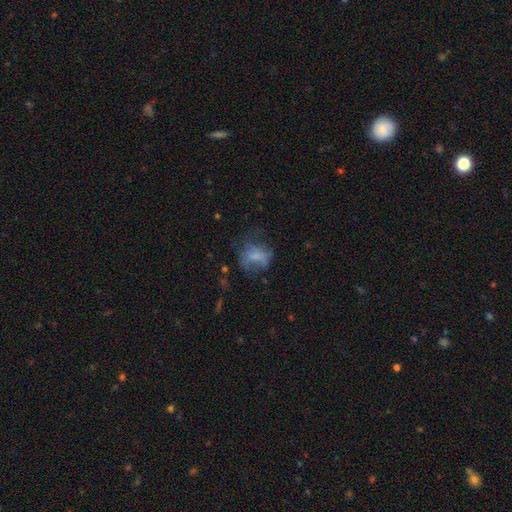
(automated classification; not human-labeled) A smooth galaxy with no disk features (54%) that is in between round and cigar-shaped (53%).

Vote fractions:
- Smooth or featured? smooth: 54% / featured or disk: 31% / star or artifact: 15%
- How rounded? in between: 53% / round: 46% / cigar-shaped: 2%
- Merging? none: 37% / major disturbance: 36% / minor disturbance: 24% / merger: 3%